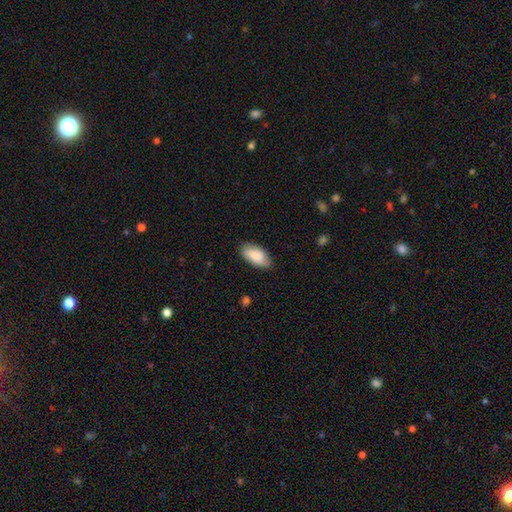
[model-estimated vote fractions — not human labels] Smooth or featured? smooth (86%)
How rounded? in between (94%)
Merging? none (84%)